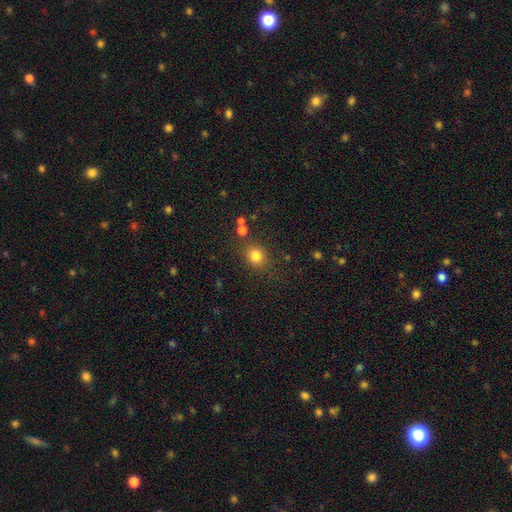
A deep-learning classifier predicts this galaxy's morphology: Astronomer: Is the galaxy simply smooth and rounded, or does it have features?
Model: smooth — 81%.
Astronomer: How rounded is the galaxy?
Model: round — 74%.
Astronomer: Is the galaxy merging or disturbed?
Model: none — 80%.